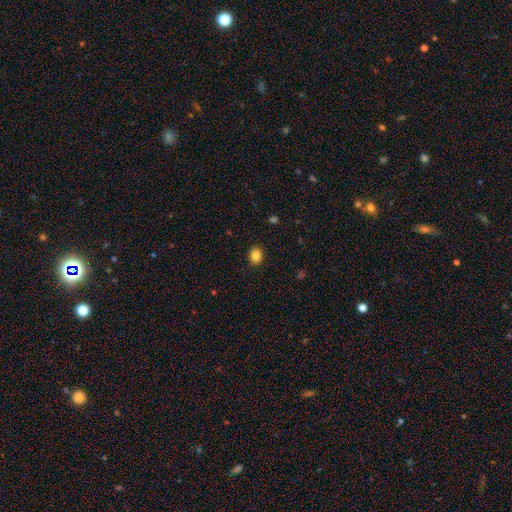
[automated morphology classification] This is clearly a smooth galaxy (85%). How rounded: likely round (62%). Merging: clearly none (89%).